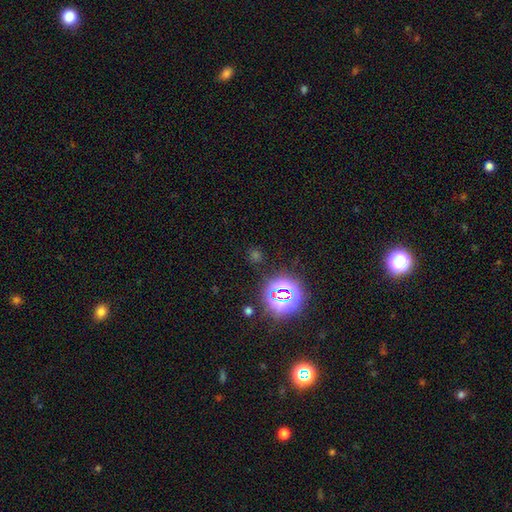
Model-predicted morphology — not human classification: Overall: star or artifact (66%; smooth 27%).